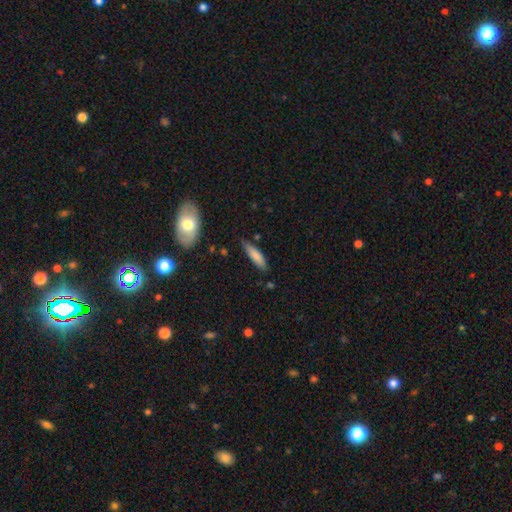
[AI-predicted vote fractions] A smooth galaxy with no disk features (79%) that is cigar-shaped (70%). Merging: none (77%).